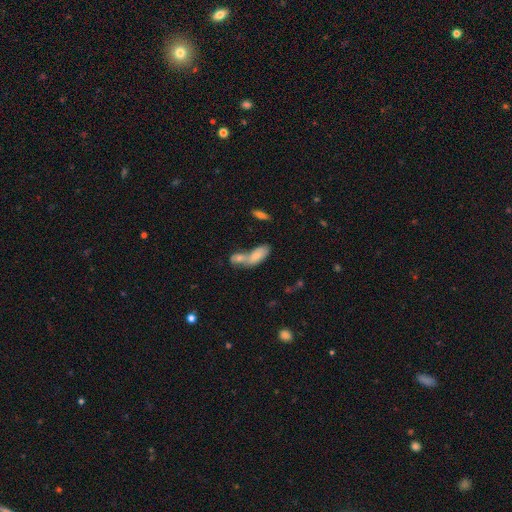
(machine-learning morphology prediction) type=smooth (73%); roundness=in between (78%); merging=merger (68%).